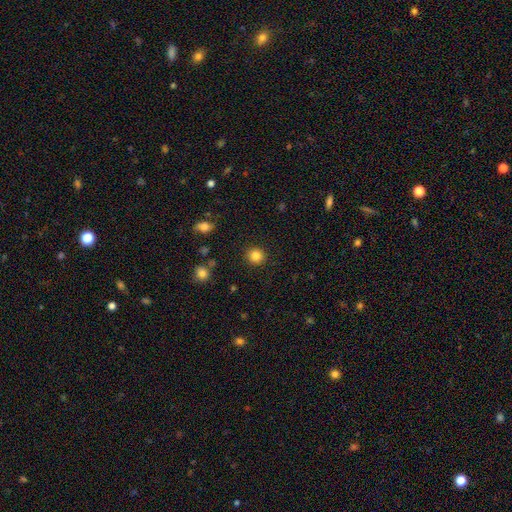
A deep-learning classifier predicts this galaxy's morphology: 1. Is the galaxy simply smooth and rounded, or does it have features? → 84% smooth, 11% star or artifact, 5% featured or disk.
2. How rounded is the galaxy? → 91% round, 8% in between, 1% cigar-shaped.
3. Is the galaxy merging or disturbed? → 91% none, 5% minor disturbance, 2% major disturbance, 1% merger.